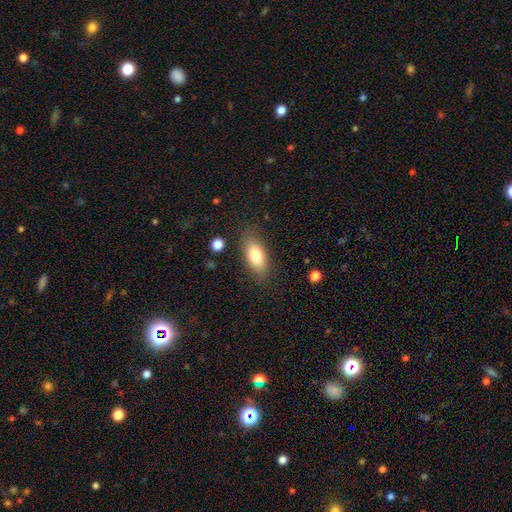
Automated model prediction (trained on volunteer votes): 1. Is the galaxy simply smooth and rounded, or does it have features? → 77% smooth, 15% featured or disk, 7% star or artifact.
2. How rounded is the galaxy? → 85% in between, 11% cigar-shaped, 4% round.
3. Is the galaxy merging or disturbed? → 83% none, 12% minor disturbance, 3% major disturbance, 2% merger.